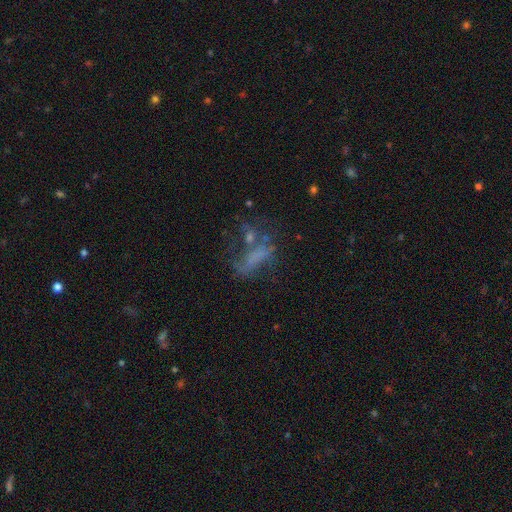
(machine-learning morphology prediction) This is marginally a featured or disk galaxy (45%). Merging: marginally major disturbance (35%).